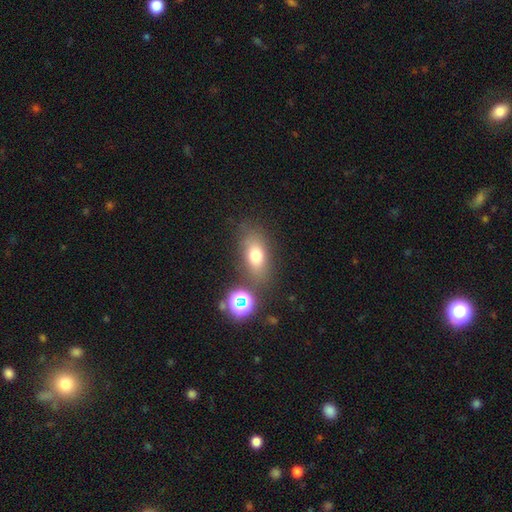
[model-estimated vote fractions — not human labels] Q: Smooth or featured?
A: smooth (71%); runner-up: featured or disk (15%)
Q: How rounded?
A: in between (76%); runner-up: round (16%)
Q: Merging?
A: none (74%); runner-up: minor disturbance (14%)